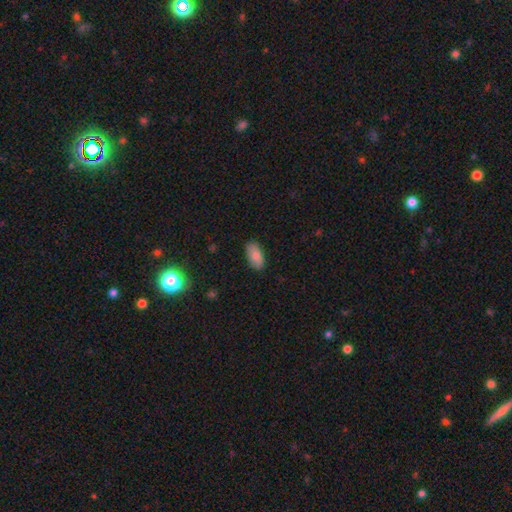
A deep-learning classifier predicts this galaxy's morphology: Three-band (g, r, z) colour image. It shows a smooth galaxy with no disk features (85%) that is in between round and cigar-shaped (93%). Merging: none (84%).